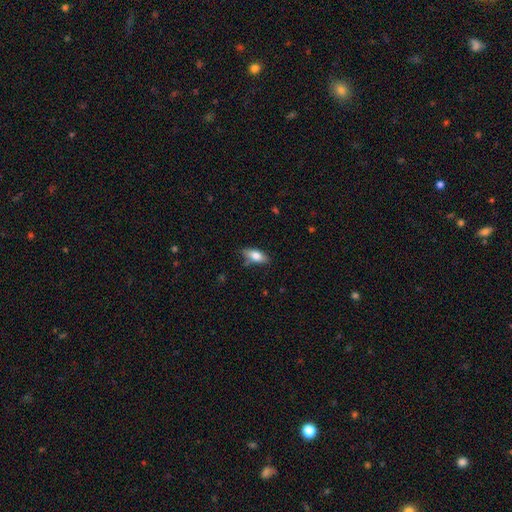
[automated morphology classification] Smooth or featured?
  - smooth: 77% *
  - featured or disk: 16%
  - star or artifact: 7%
How rounded?
  - in between: 81% *
  - cigar-shaped: 16%
  - round: 3%
Merging?
  - none: 72% *
  - minor disturbance: 20%
  - major disturbance: 4%
  - merger: 4%